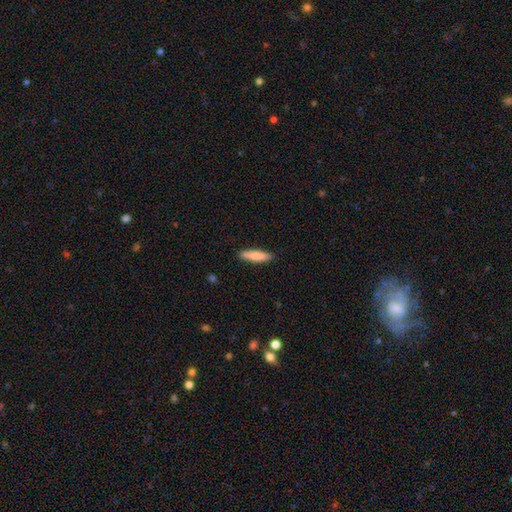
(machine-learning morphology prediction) A smooth galaxy with no disk features (84%) that is cigar-shaped (76%). Merging: none (88%).